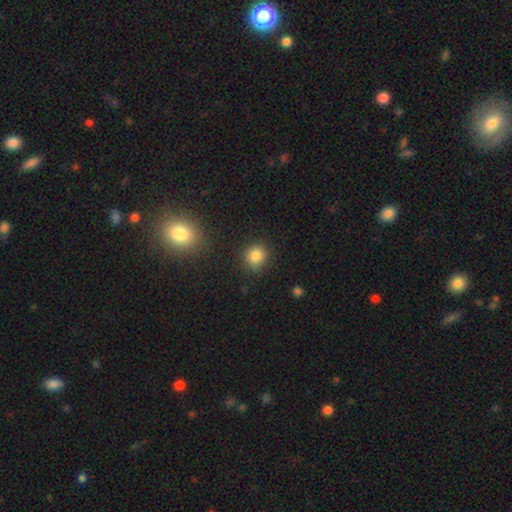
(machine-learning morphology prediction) smooth 83%, star or artifact 12%, featured or disk 5%. Down the decision tree: how rounded — round (86%); merging — none (84%).